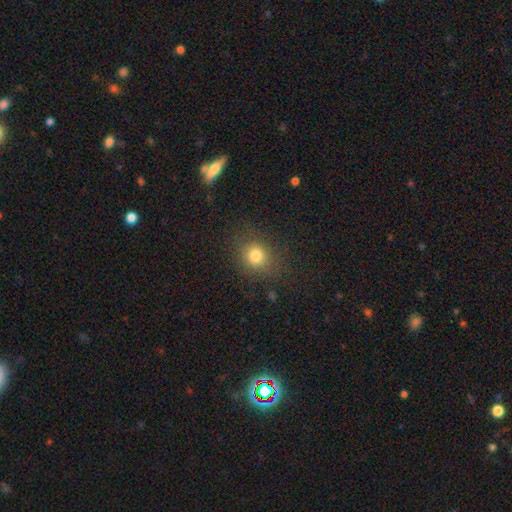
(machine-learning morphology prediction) Smooth or featured? smooth (79%)
How rounded? round (74%)
Merging? none (82%)